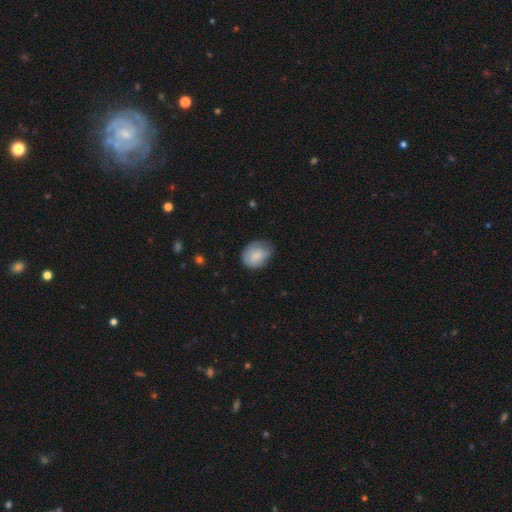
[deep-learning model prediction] Smooth or featured?
  - smooth: 81% *
  - featured or disk: 12%
  - star or artifact: 7%
How rounded?
  - in between: 57% *
  - round: 42%
  - cigar-shaped: 1%
Merging?
  - none: 62% *
  - minor disturbance: 30%
  - major disturbance: 7%
  - merger: 1%